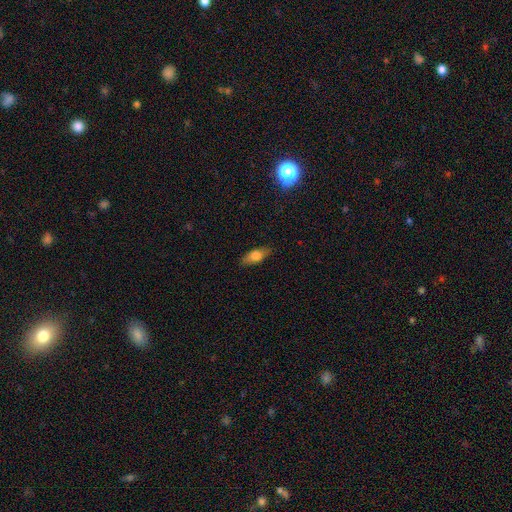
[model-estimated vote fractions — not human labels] smooth 70%, featured or disk 23%, star or artifact 8%. Down the decision tree: how rounded — in between (74%); merging — none (85%).